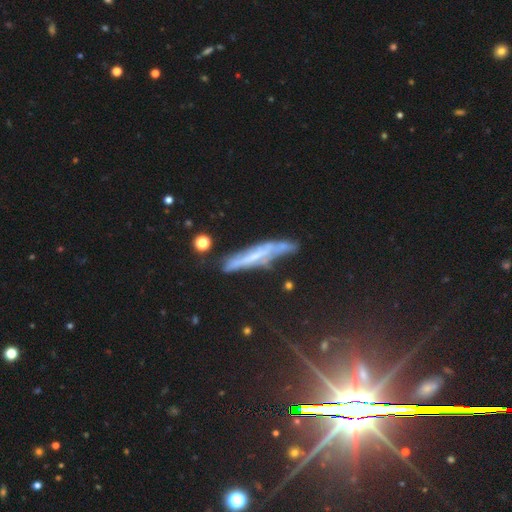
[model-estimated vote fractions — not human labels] Smooth or featured: featured or disk — 60% (smooth — 26%)
Edge-on disk: yes — 70% (no — 30%)
Merging: none — 59% (minor disturbance — 26%)